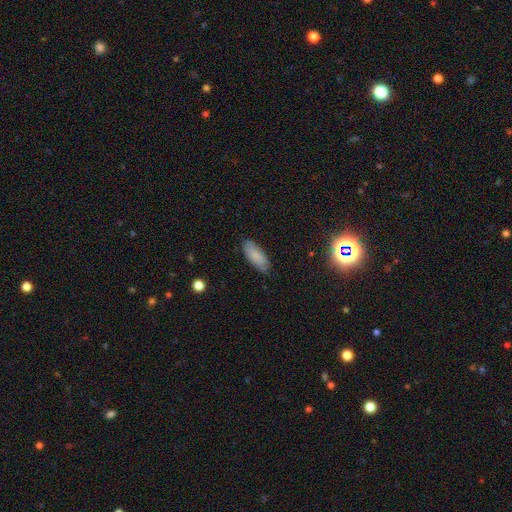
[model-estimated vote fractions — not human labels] This appears to be a smooth galaxy with no disk features (82%) that is in between round and cigar-shaped (78%). Merging: none (82%).